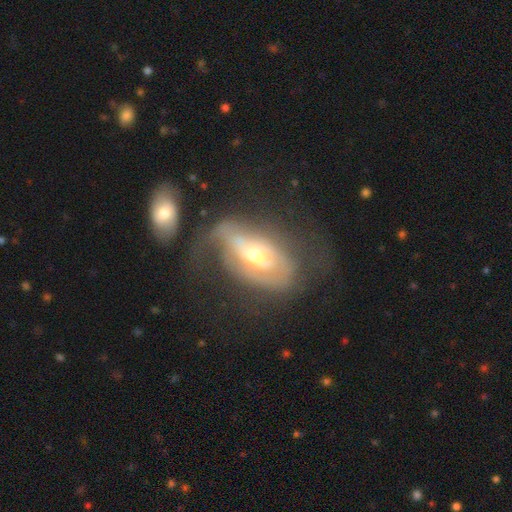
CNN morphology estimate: A featured or disk galaxy (70%) with no bar (57%), spiral arms (67%) and a moderate central bulge (58%). Merging: major disturbance (41%).